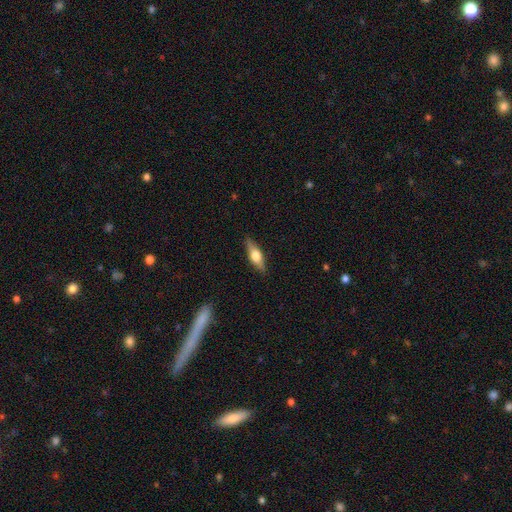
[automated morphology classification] Smooth or featured? featured or disk (52%)
Edge-on disk? yes (93%)
Merging? none (88%)